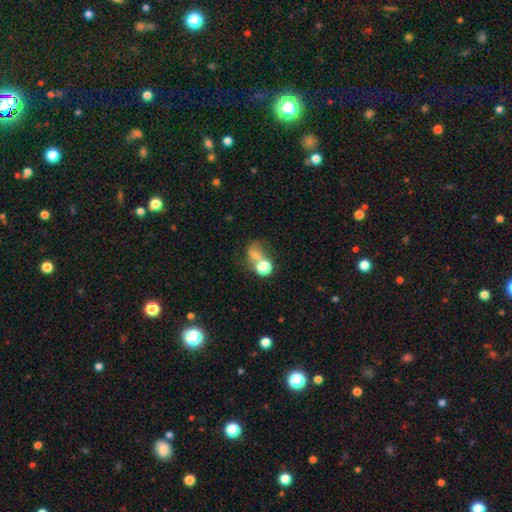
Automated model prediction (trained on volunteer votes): This is possibly a smooth galaxy (52%). How rounded: possibly round (59%). Merging: marginally merger (43%).